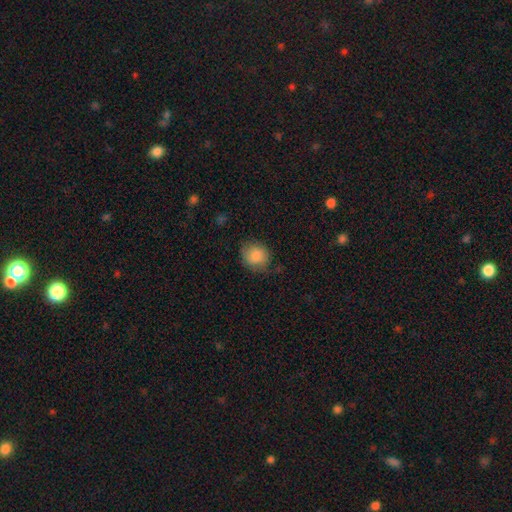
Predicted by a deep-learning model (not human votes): Smooth or featured? Predicted: smooth (p=0.86). How rounded? Predicted: round (p=0.71). Merging? Predicted: none (p=0.69).